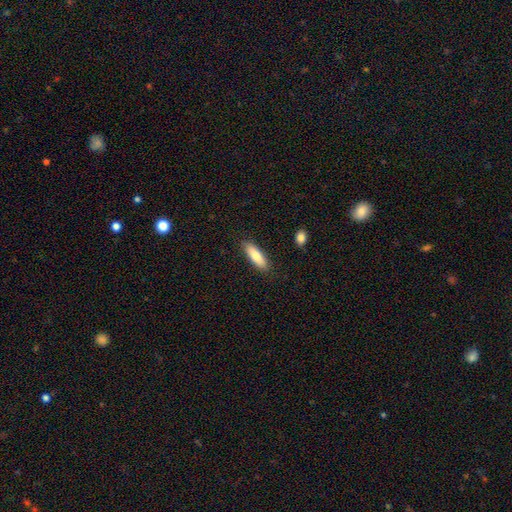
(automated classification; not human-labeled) Overall: smooth (79%). How rounded: in between (51%; cigar-shaped 47%). Merging: none (88%).